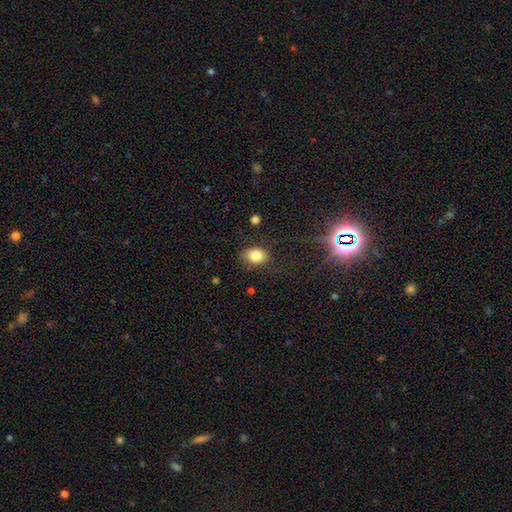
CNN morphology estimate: Overall: smooth (82%). How rounded: in between (73%). Merging: none (74%).